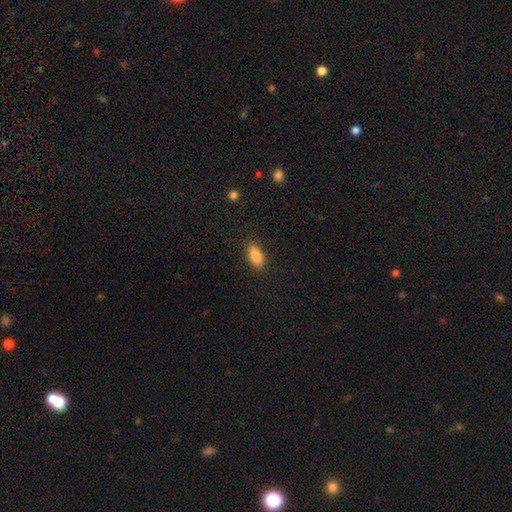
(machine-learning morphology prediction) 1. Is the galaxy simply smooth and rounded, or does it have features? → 87% smooth, 7% star or artifact, 6% featured or disk.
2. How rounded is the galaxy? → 88% in between, 9% cigar-shaped, 3% round.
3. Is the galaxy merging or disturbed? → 87% none, 9% minor disturbance, 3% major disturbance, 1% merger.